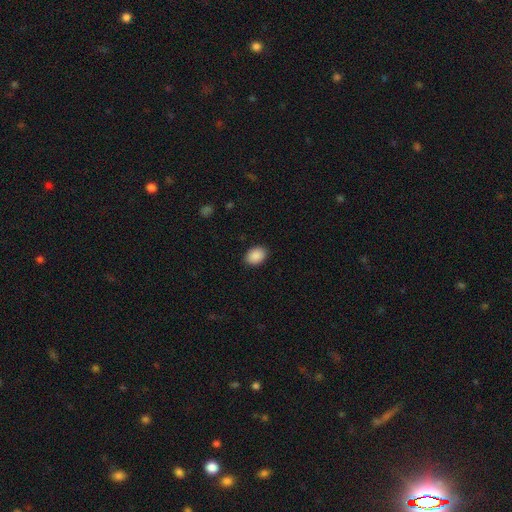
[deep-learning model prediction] Morphology: type=smooth (90%); roundness=in between (77%); merging=none (89%).